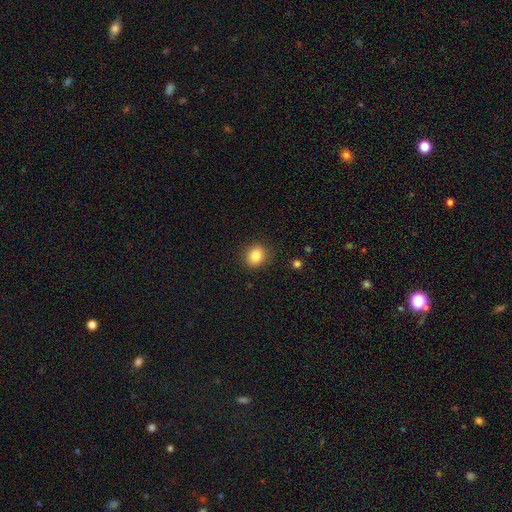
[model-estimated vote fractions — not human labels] Morphology: type=smooth (84%); roundness=round (73%); merging=none (88%).